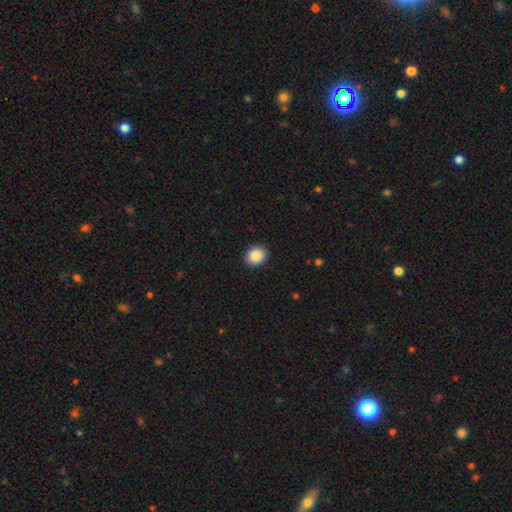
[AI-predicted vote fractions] The model was most divided on "how rounded": round: 74%, in between: 25%, cigar-shaped: 1%. More confident: merging — none (90%); smooth or featured — smooth (89%).